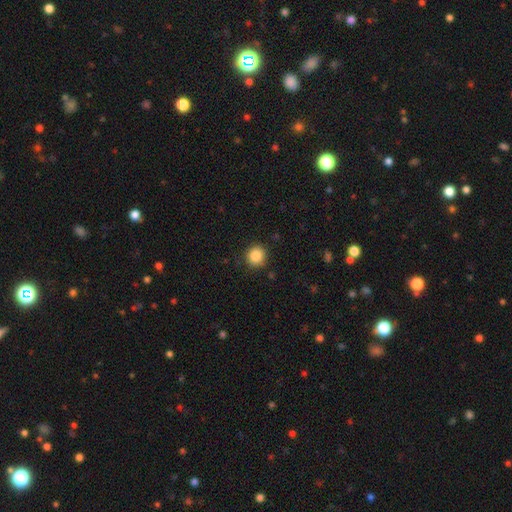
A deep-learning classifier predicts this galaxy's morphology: Smooth or featured? Predicted: smooth (p=0.87). How rounded? Predicted: round (p=0.90). Merging? Predicted: none (p=0.89).